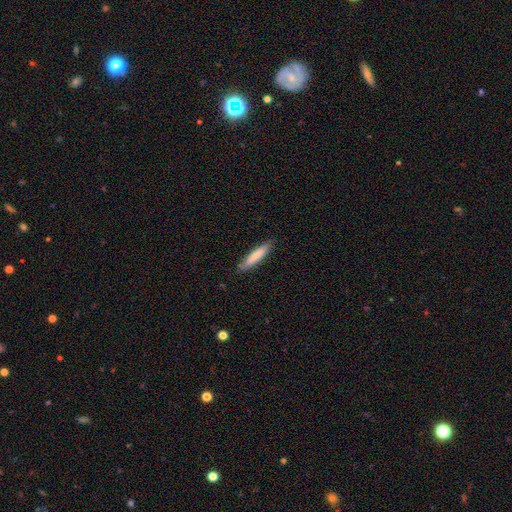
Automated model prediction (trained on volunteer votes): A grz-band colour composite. It shows a smooth galaxy with no disk features (78%) that is cigar-shaped (88%). Merging: none (84%).